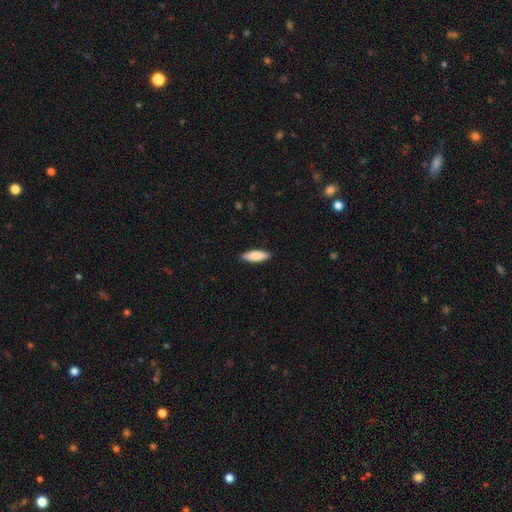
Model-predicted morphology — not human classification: smooth 82%, featured or disk 12%, star or artifact 5%. Down the decision tree: how rounded — cigar-shaped (50%); merging — none (90%).